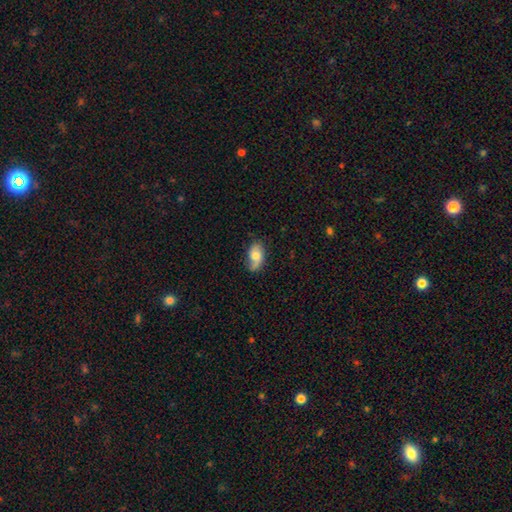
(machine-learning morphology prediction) smooth-or-featured: smooth: 54% | featured or disk: 38% | star or artifact: 8%
  how-rounded: in between: 90% | round: 7% | cigar-shaped: 3%
  merging: none: 62% | minor disturbance: 27% | major disturbance: 9% | merger: 2%